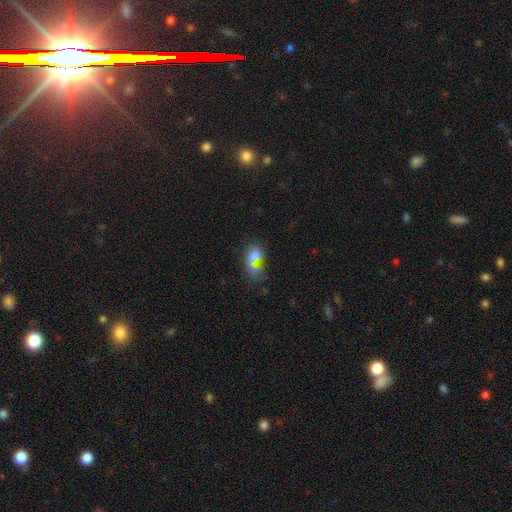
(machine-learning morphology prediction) Smooth or featured? Predicted: smooth (p=0.53). How rounded? Predicted: in between (p=0.67). Merging? Predicted: none (p=0.54).